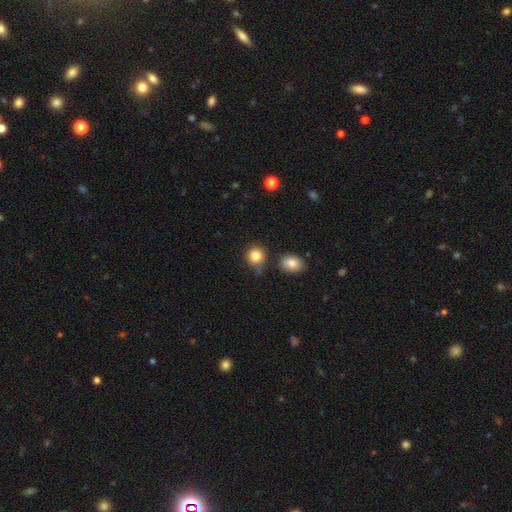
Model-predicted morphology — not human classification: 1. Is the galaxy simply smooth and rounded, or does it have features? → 84% smooth, 10% star or artifact, 6% featured or disk.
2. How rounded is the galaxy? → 85% round, 14% in between, 1% cigar-shaped.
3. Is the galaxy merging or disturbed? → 71% none, 15% minor disturbance, 10% merger, 4% major disturbance.